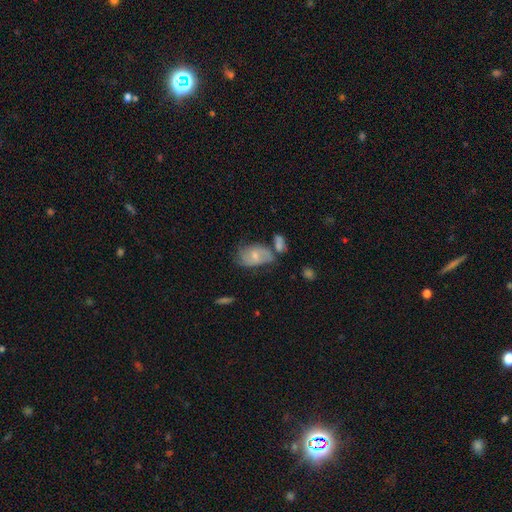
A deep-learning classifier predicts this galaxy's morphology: Smooth or featured? smooth (47%)
Merging? none (40%)